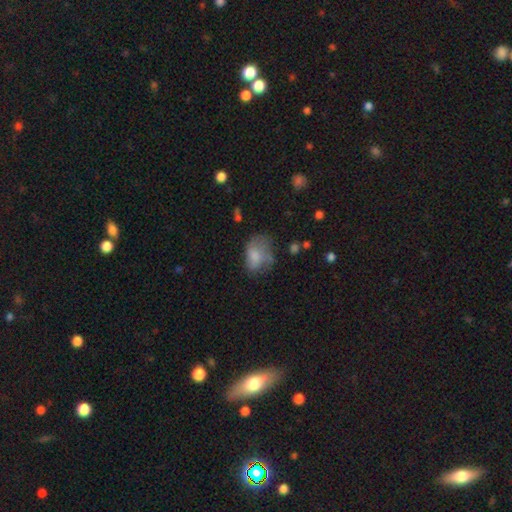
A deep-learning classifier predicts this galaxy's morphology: Smooth or featured?
  - smooth: 68% *
  - featured or disk: 23%
  - star or artifact: 10%
How rounded?
  - in between: 74% *
  - round: 24%
  - cigar-shaped: 1%
Merging?
  - none: 36% *
  - minor disturbance: 31%
  - major disturbance: 28%
  - merger: 4%